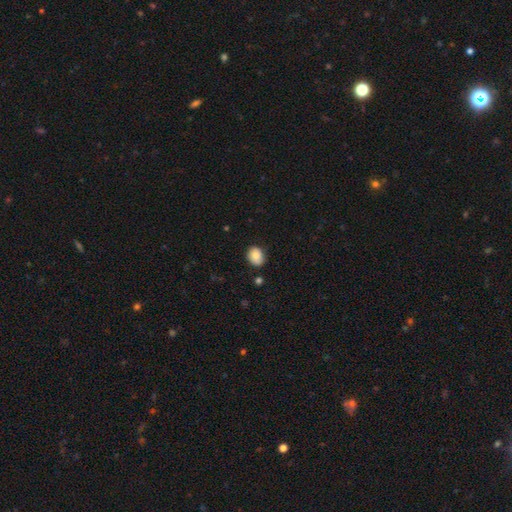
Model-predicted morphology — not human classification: type=smooth (82%); roundness=round (50%); merging=none (75%).